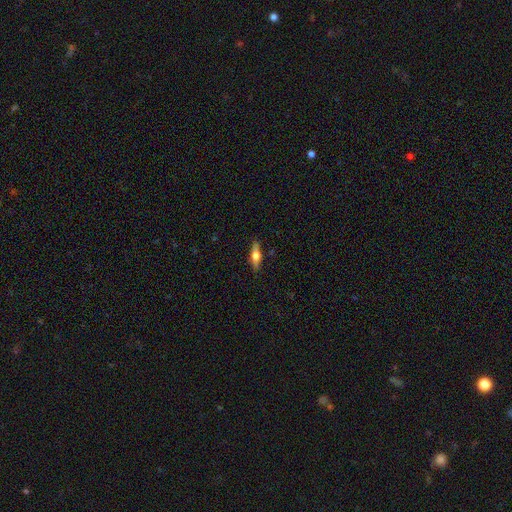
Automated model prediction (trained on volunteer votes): A featured or disk galaxy (57%) viewed edge-on (95%) with a rounded central bulge (93%). Merging: none (88%).